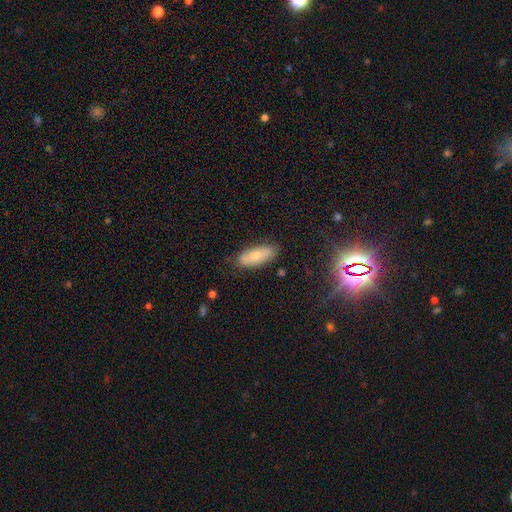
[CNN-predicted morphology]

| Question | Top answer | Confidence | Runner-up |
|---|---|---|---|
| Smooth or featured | smooth | 70% | featured or disk (23%) |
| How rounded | in between | 79% | cigar-shaped (18%) |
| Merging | none | 82% | minor disturbance (13%) |